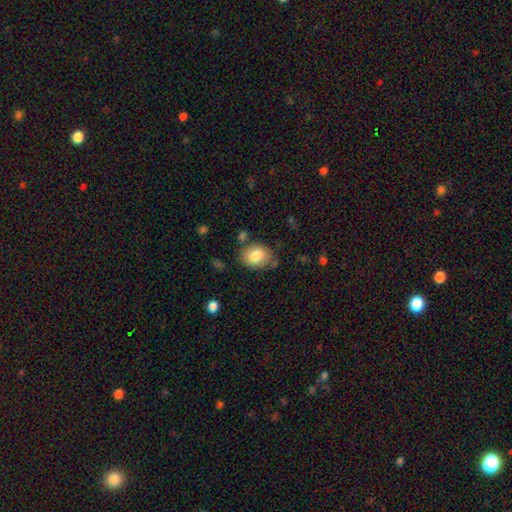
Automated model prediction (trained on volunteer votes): Morphology: type=smooth (82%); roundness=in between (60%); merging=none (73%).